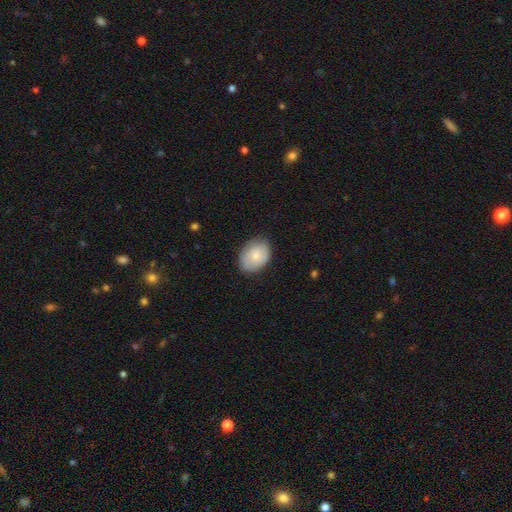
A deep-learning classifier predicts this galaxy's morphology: smooth-or-featured: smooth: 71% | featured or disk: 23% | star or artifact: 6%
  how-rounded: in between: 68% | round: 31% | cigar-shaped: 1%
  merging: none: 78% | minor disturbance: 18% | major disturbance: 4% | merger: 1%